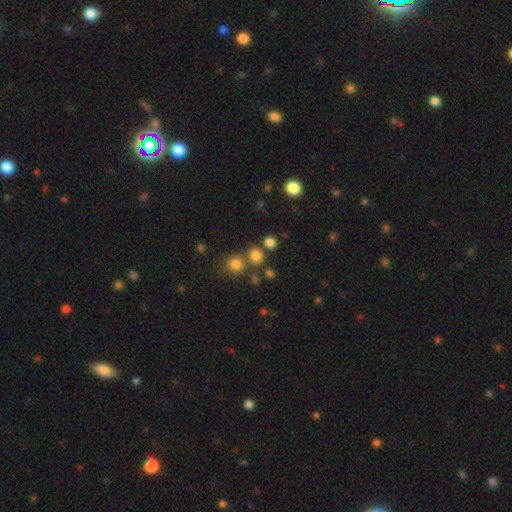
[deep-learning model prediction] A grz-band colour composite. It shows a smooth galaxy with no disk features (77%) that is round (83%). Merging: none (72%).